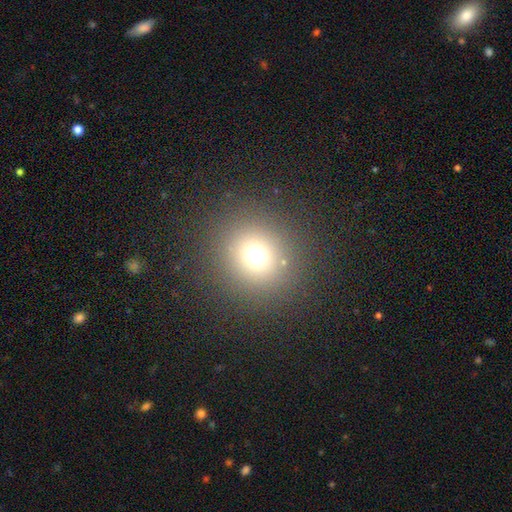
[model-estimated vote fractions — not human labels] Q: Smooth or featured?
A: smooth (68%); runner-up: star or artifact (23%)
Q: How rounded?
A: round (91%); runner-up: in between (8%)
Q: Merging?
A: none (87%); runner-up: minor disturbance (6%)